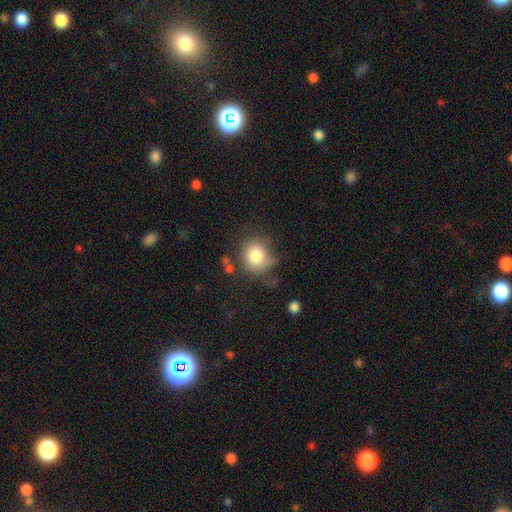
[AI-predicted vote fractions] smooth-or-featured: smooth: 82% | star or artifact: 9% | featured or disk: 8%
  how-rounded: round: 85% | in between: 14% | cigar-shaped: 1%
  merging: none: 64% | minor disturbance: 22% | major disturbance: 8% | merger: 5%